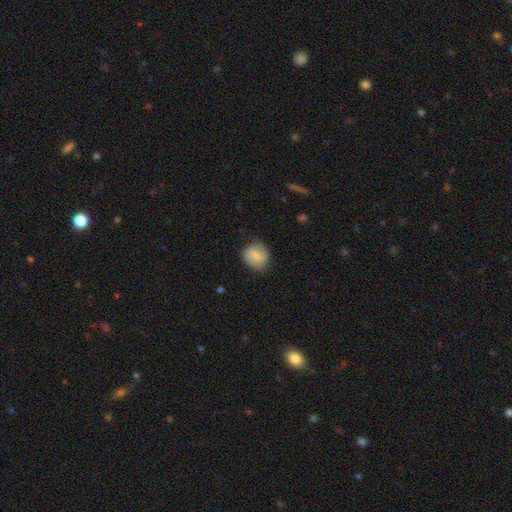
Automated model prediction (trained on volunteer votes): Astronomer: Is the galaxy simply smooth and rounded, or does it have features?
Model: smooth — 61%.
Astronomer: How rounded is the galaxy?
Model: round — 73%.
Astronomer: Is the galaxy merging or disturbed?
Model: none — 77%.